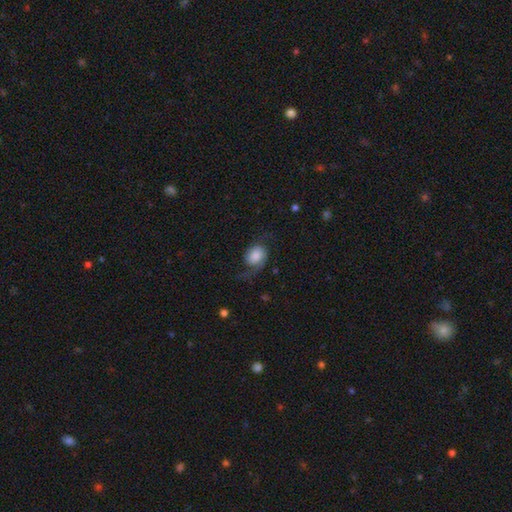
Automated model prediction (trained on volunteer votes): This is possibly a smooth galaxy (47%). Merging: possibly none (47%).